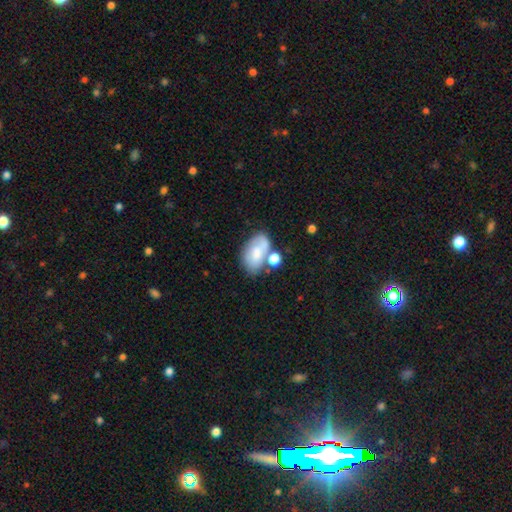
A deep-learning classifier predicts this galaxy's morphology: This appears to be a smooth galaxy with no disk features (61%) that is in between round and cigar-shaped (90%). Merging: none (40%).